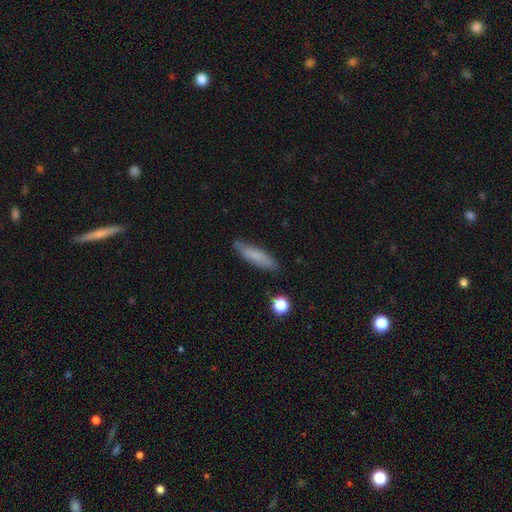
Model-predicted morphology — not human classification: This appears to be a smooth galaxy with no disk features (76%) that is cigar-shaped (71%). Merging: none (80%).